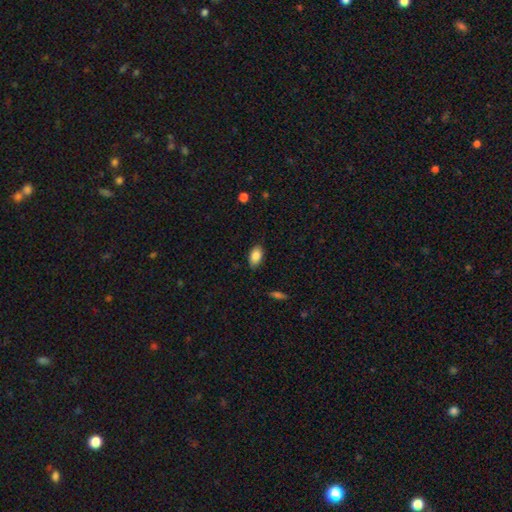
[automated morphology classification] smooth 86%, star or artifact 7%, featured or disk 7%. Down the decision tree: how rounded — in between (92%); merging — none (83%).